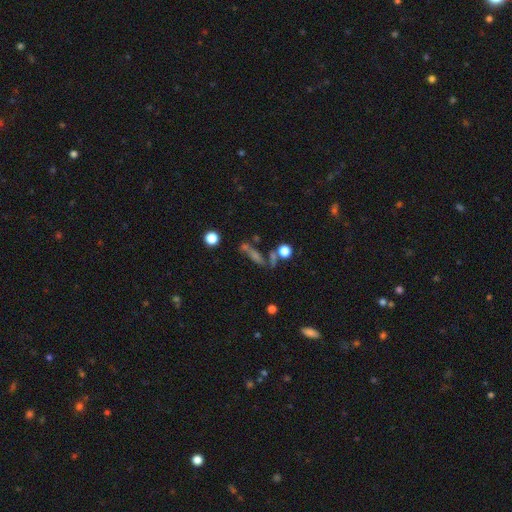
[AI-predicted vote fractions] Smooth or featured? smooth (34%, tied with featured or disk)
Merging? none (55%)